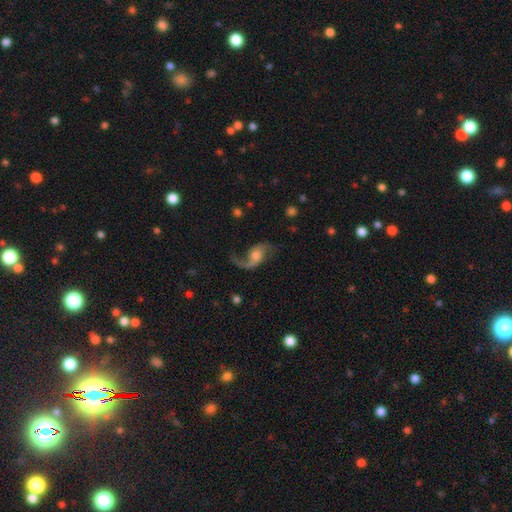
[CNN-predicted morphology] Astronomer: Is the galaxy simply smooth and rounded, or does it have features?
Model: featured or disk — 84%.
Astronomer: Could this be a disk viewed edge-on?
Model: no — 97%.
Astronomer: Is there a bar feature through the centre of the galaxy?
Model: no — 59%.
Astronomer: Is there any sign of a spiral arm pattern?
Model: yes — 95%.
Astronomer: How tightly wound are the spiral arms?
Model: loose — 79%.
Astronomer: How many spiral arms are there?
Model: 2 — 76%.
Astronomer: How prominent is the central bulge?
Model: moderate — 53%.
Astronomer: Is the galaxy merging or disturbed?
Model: none — 57%.